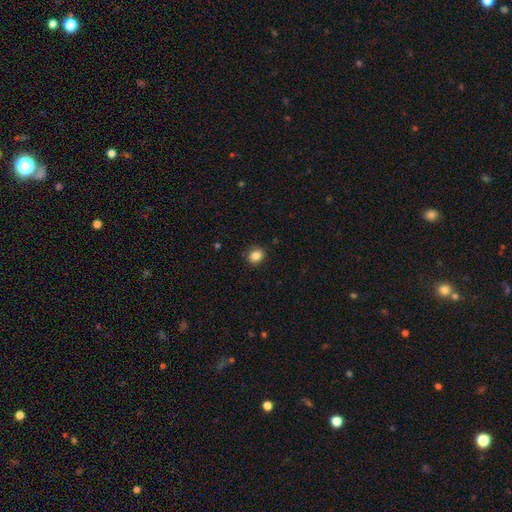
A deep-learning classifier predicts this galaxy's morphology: smooth 85%, star or artifact 10%, featured or disk 5%. Down the decision tree: how rounded — round (75%); merging — none (88%).